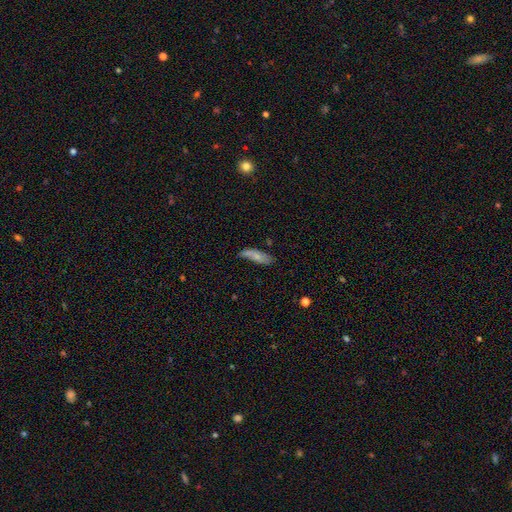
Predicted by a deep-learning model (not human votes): smooth 66%, featured or disk 27%, star or artifact 7%. Down the decision tree: how rounded — in between (58%); merging — none (51%).